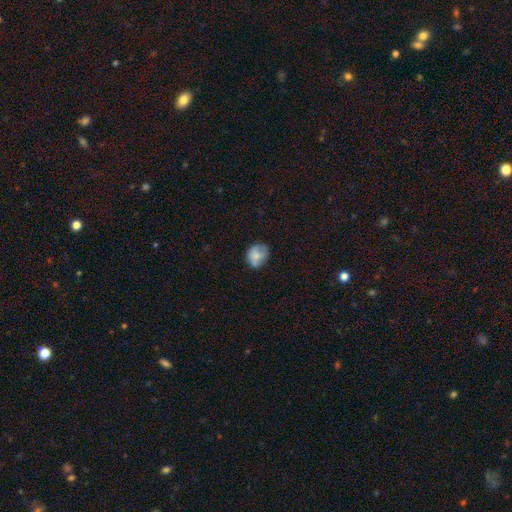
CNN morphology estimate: smooth_or_featured: smooth (p=0.66) [alt: featured or disk p=0.25]
how_rounded: round (p=0.64) [alt: in between p=0.35]
merging: none (p=0.55) [alt: minor disturbance p=0.29]